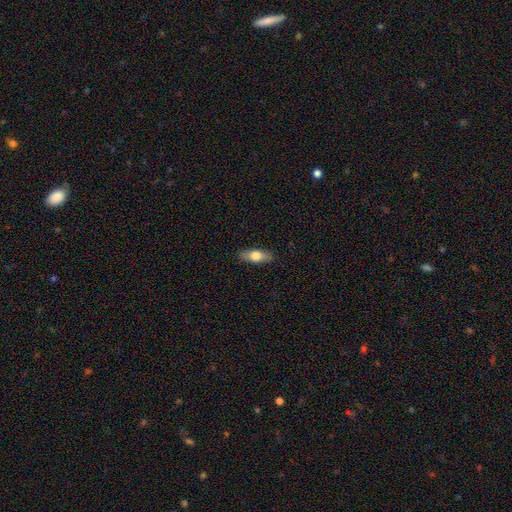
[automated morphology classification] A smooth galaxy with no disk features (67%) that is in between round and cigar-shaped (64%). Merging: none (88%).